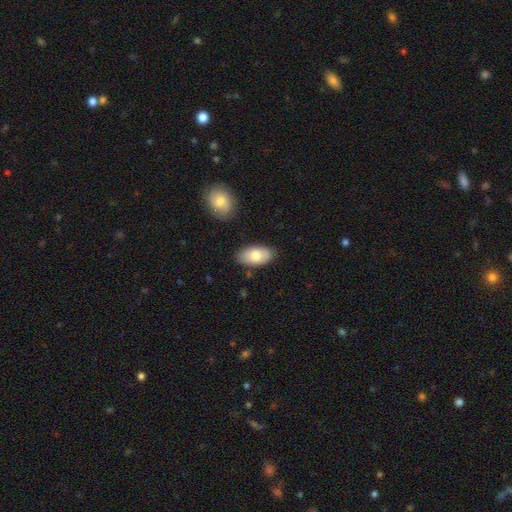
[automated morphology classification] smooth-or-featured: smooth: 78% | featured or disk: 16% | star or artifact: 6%
  how-rounded: in between: 94% | round: 3% | cigar-shaped: 3%
  merging: none: 81% | minor disturbance: 13% | merger: 3% | major disturbance: 3%